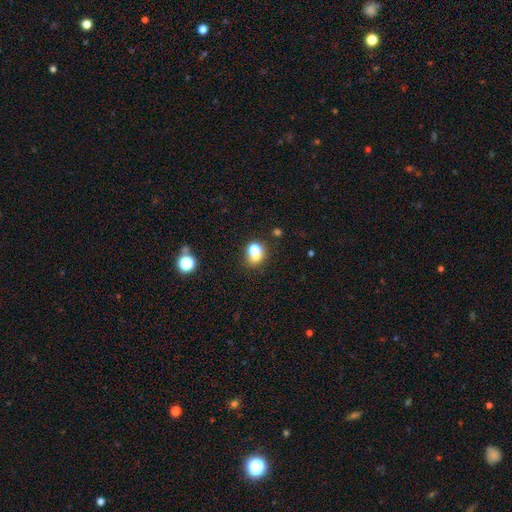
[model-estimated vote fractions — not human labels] smooth_or_featured: smooth (p=0.70) [alt: featured or disk p=0.15]
how_rounded: round (p=0.69) [alt: in between p=0.30]
merging: merger (p=0.46) [alt: none p=0.38]